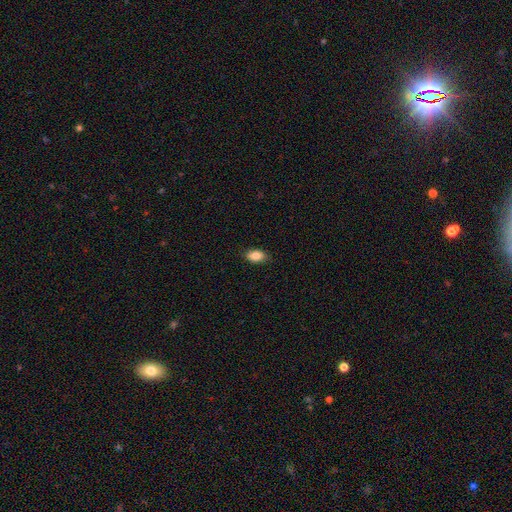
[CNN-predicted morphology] smooth_or_featured: smooth (p=0.85) [alt: star or artifact p=0.08]
how_rounded: in between (p=0.88) [alt: round p=0.10]
merging: none (p=0.85) [alt: minor disturbance p=0.12]